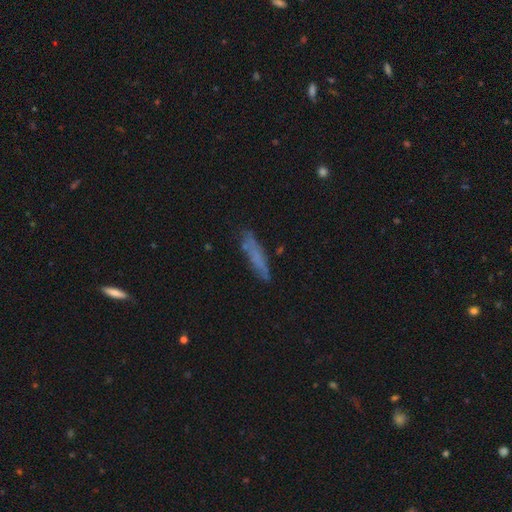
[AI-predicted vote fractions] A smooth galaxy with no disk features (60%) that is cigar-shaped (85%).

Vote fractions:
- Smooth or featured? smooth: 60% / featured or disk: 29% / star or artifact: 11%
- How rounded? cigar-shaped: 85% / in between: 13% / round: 2%
- Merging? none: 75% / minor disturbance: 17% / major disturbance: 5% / merger: 2%